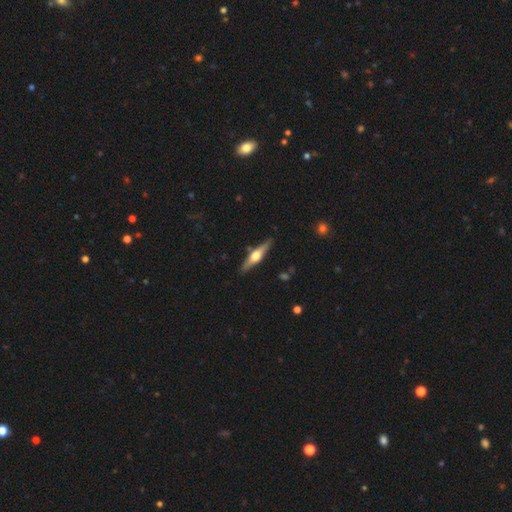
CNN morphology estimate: Overall: featured or disk (71%). Edge-on disk: yes (97%). Edge-on bulge: rounded (95%). Merging: none (88%).